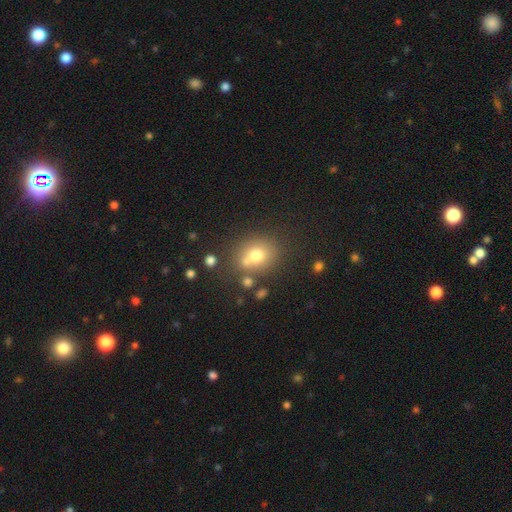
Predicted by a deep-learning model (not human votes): Smooth or featured: smooth — 70% (featured or disk — 15%)
How rounded: round — 64% (in between — 35%)
Merging: none — 61% (merger — 21%)